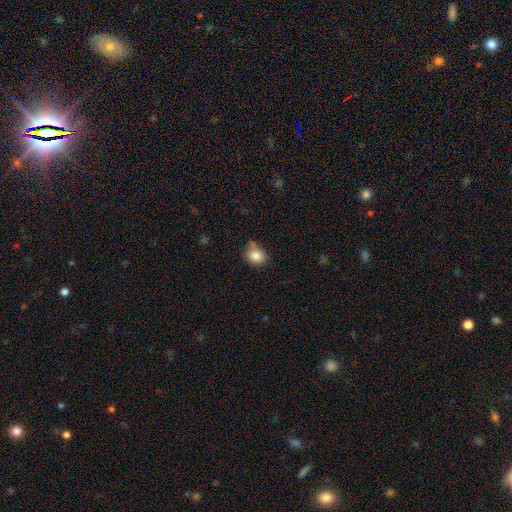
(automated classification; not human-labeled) A smooth galaxy with no disk features (83%) that is round (58%).

Vote fractions:
- Smooth or featured? smooth: 83% / star or artifact: 10% / featured or disk: 7%
- How rounded? round: 58% / in between: 41% / cigar-shaped: 1%
- Merging? none: 60% / minor disturbance: 27% / merger: 7% / major disturbance: 6%